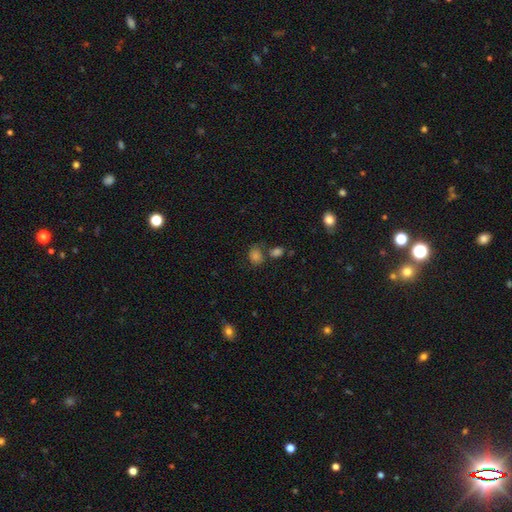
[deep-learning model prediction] A smooth galaxy with no disk features (65%) that is round (54%). Merging: none (59%).